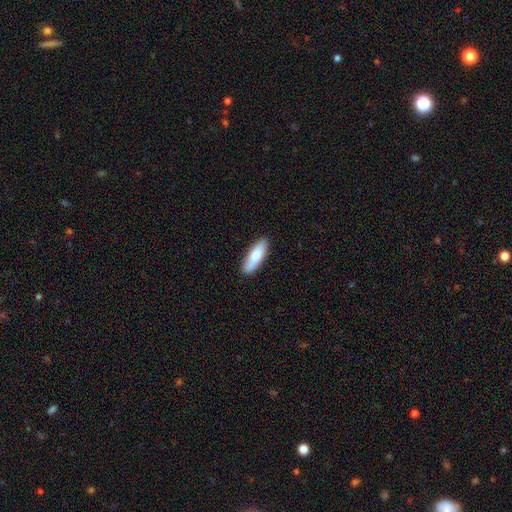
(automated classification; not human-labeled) smooth-or-featured: smooth: 77% | featured or disk: 17% | star or artifact: 6%
  how-rounded: in between: 51% | cigar-shaped: 47% | round: 2%
  merging: none: 85% | minor disturbance: 11% | major disturbance: 2% | merger: 1%